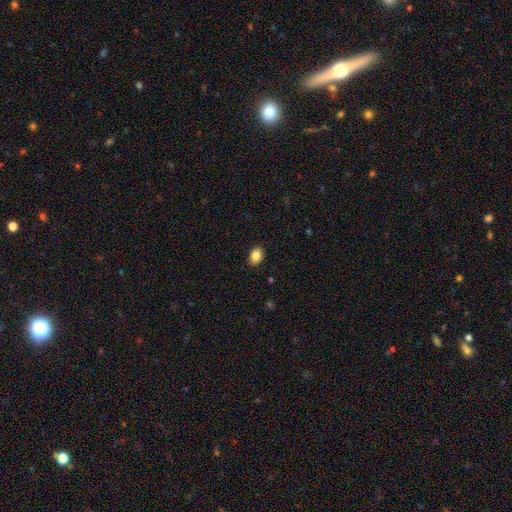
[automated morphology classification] A smooth galaxy with no disk features (85%) that is in between round and cigar-shaped (75%). Merging: none (89%).